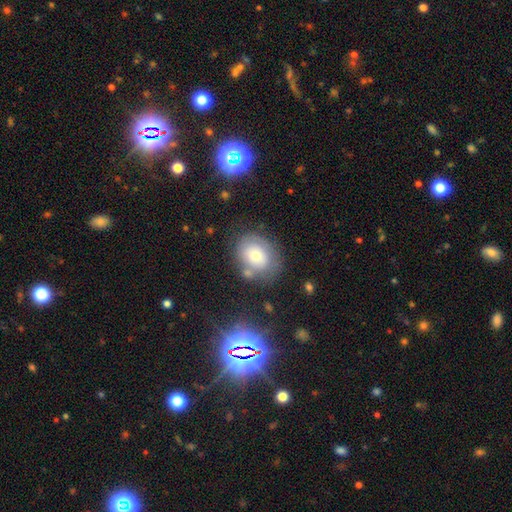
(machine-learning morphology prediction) This is possibly a smooth galaxy (57%). How rounded: possibly round (51%). Merging: likely none (69%).